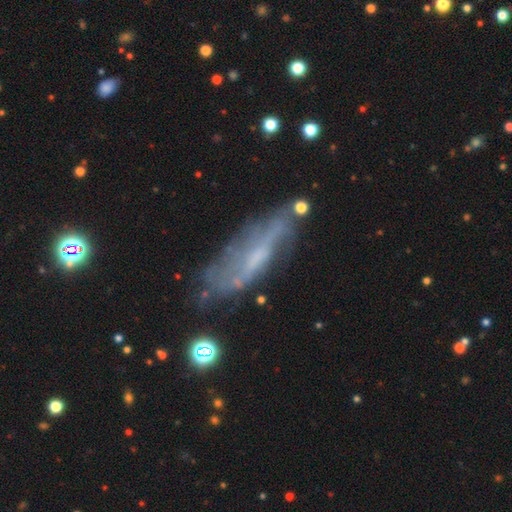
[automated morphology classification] Q: Smooth or featured?
A: featured or disk (56%); runner-up: smooth (33%)
Q: Edge-on disk?
A: no (65%); runner-up: yes (35%)
Q: Merging?
A: none (55%); runner-up: minor disturbance (25%)